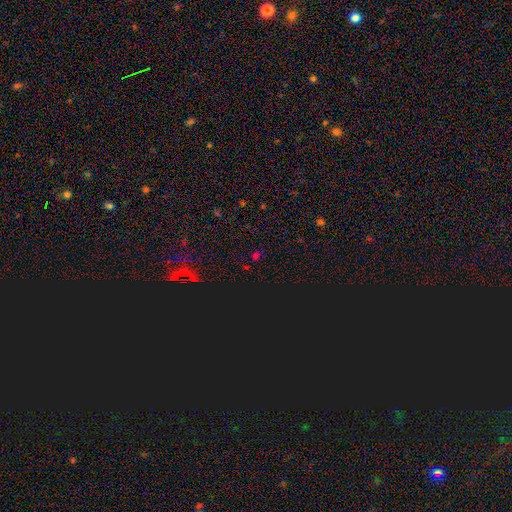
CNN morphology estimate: A star or artifact, not a galaxy (61%).

Vote fractions:
- Smooth or featured? star or artifact: 61% / smooth: 32% / featured or disk: 7%